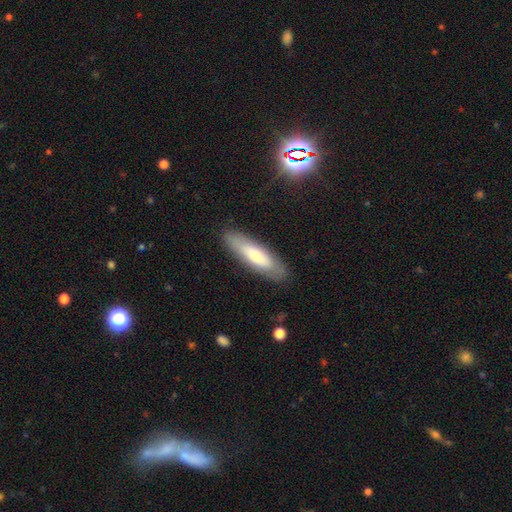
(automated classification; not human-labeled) smooth 67%, featured or disk 27%, star or artifact 6%. Down the decision tree: how rounded — cigar-shaped (57%); merging — none (85%).